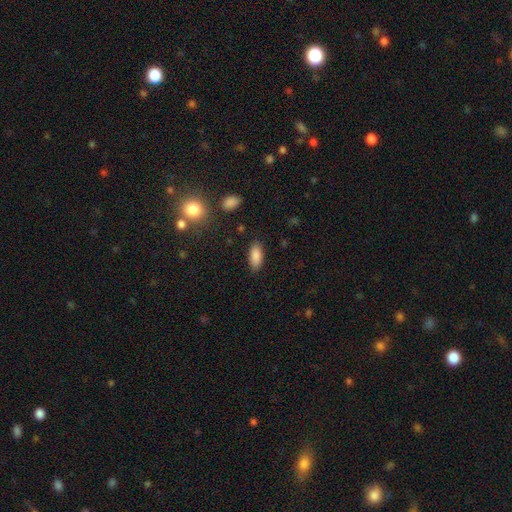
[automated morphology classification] smooth_or_featured: smooth (p=0.87) [alt: star or artifact p=0.08]
how_rounded: in between (p=0.85) [alt: cigar-shaped p=0.13]
merging: none (p=0.84) [alt: minor disturbance p=0.11]